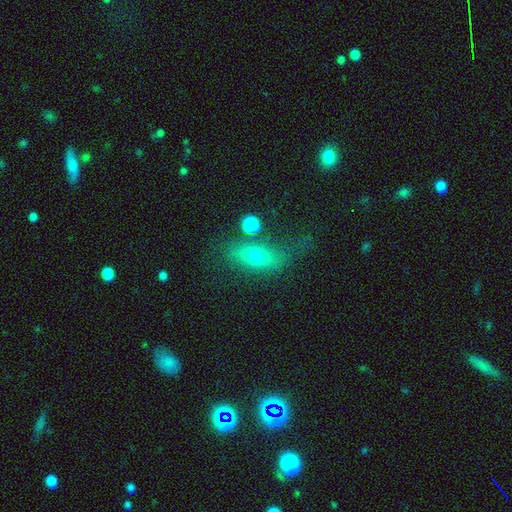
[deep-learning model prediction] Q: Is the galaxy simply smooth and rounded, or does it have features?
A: smooth — 61%.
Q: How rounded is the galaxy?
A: in between — 71%.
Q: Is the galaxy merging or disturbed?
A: none — 51%.